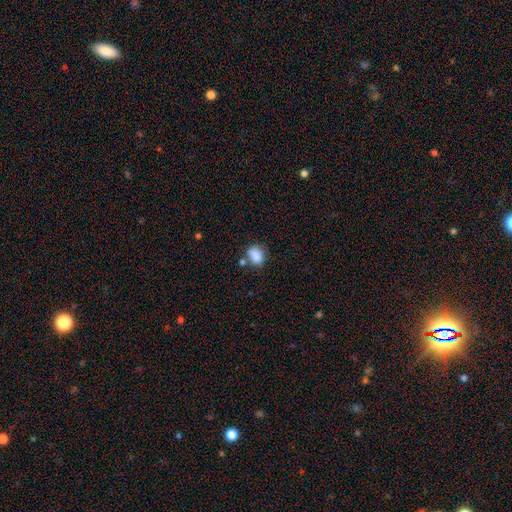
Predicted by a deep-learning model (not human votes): Smooth or featured? Predicted: smooth (p=0.84). How rounded? Predicted: in between (p=0.62). Merging? Predicted: none (p=0.51).